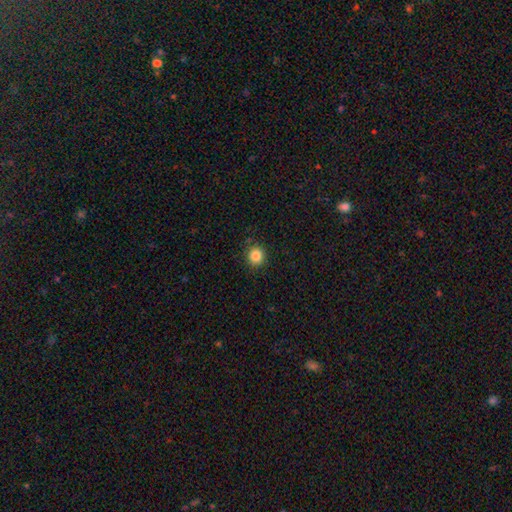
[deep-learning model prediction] This is clearly a smooth galaxy (85%). How rounded: clearly round (92%). Merging: clearly none (90%).